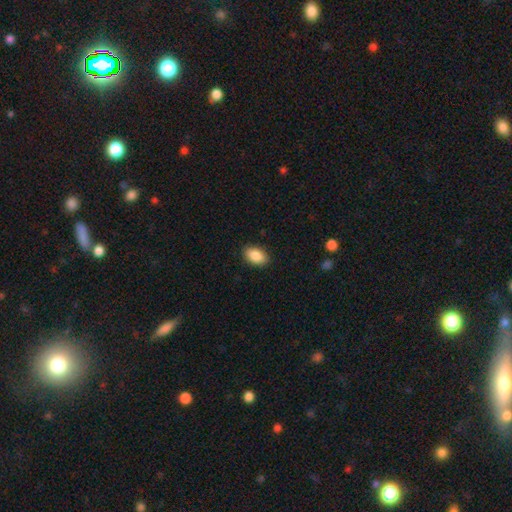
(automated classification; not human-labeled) Smooth or featured? Predicted: smooth (p=0.88). How rounded? Predicted: in between (p=0.91). Merging? Predicted: none (p=0.89).